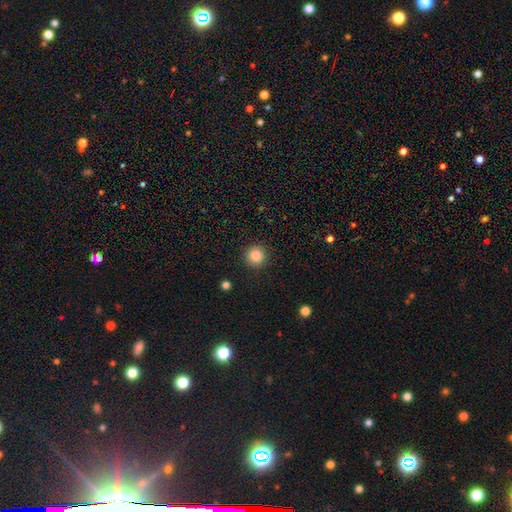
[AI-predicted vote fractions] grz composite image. It shows a smooth galaxy with no disk features (85%) that is round (95%). Merging: none (92%).